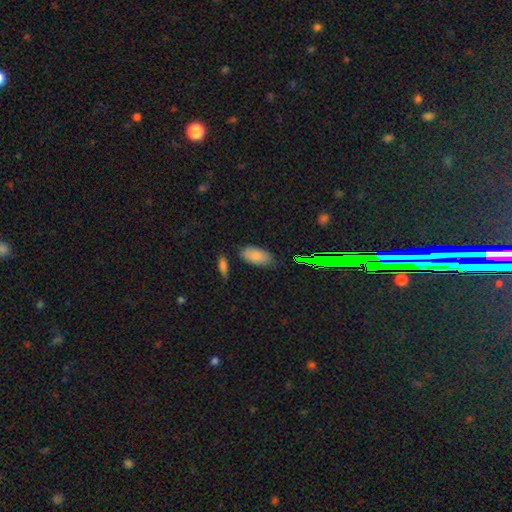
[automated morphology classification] smooth-or-featured: smooth: 82% | star or artifact: 10% | featured or disk: 9%
  how-rounded: in between: 92% | cigar-shaped: 5% | round: 3%
  merging: none: 75% | minor disturbance: 17% | merger: 5% | major disturbance: 4%